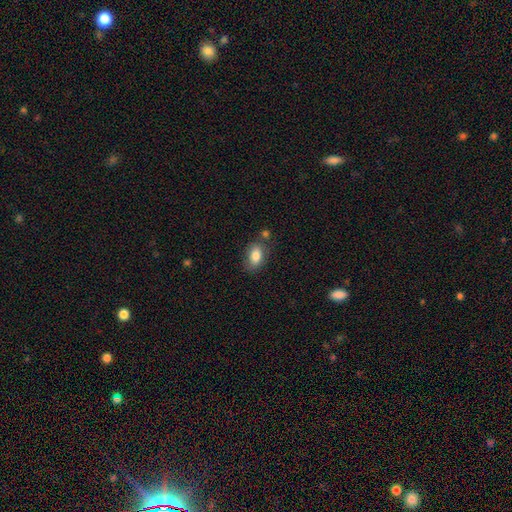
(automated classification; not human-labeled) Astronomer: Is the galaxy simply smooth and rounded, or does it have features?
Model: smooth — 83%.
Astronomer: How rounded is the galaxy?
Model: in between — 88%.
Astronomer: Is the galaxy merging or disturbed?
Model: none — 71%.